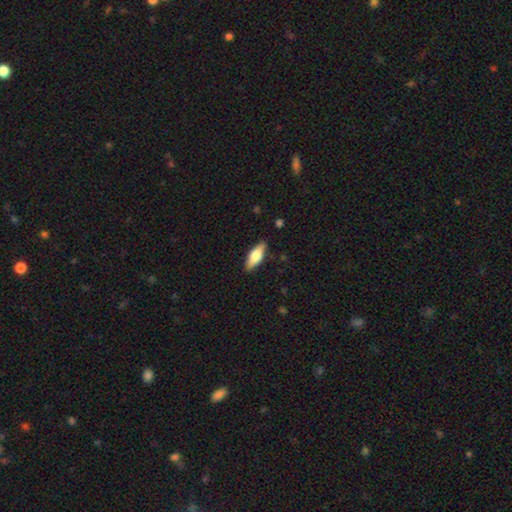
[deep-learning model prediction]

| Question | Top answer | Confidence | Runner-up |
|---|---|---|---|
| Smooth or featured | smooth | 63% | featured or disk (32%) |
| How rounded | in between | 67% | cigar-shaped (30%) |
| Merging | none | 87% | minor disturbance (10%) |